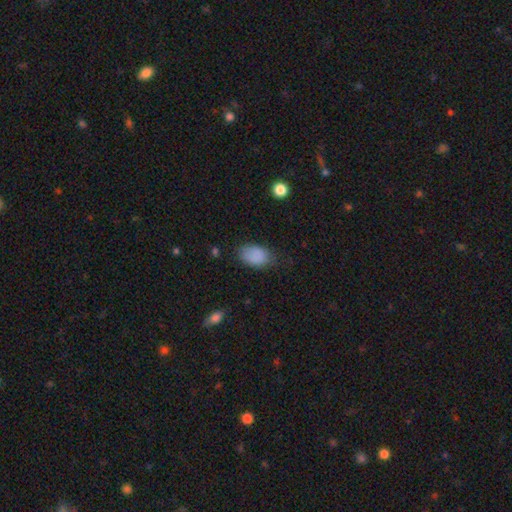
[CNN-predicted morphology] A smooth galaxy with no disk features (86%) that is in between round and cigar-shaped (90%).

Vote fractions:
- Smooth or featured? smooth: 86% / star or artifact: 8% / featured or disk: 6%
- How rounded? in between: 90% / round: 9% / cigar-shaped: 1%
- Merging? none: 68% / minor disturbance: 24% / major disturbance: 7% / merger: 2%